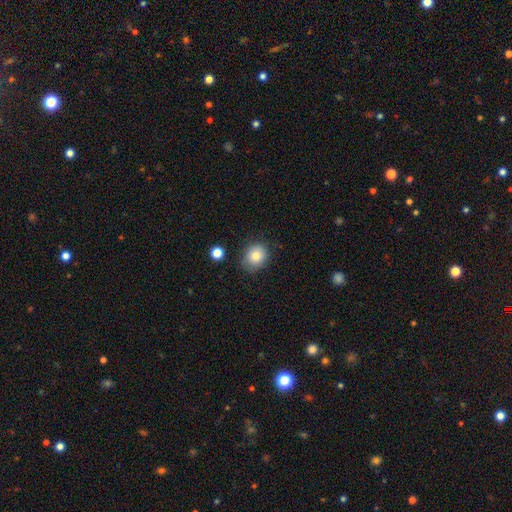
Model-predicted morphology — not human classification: smooth 82%, star or artifact 10%, featured or disk 9%. Down the decision tree: how rounded — round (73%); merging — none (79%).